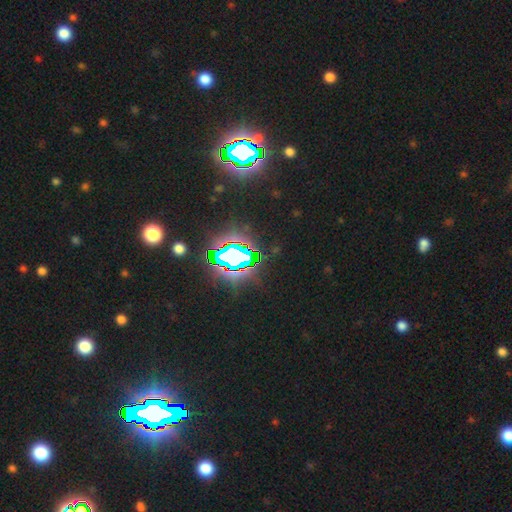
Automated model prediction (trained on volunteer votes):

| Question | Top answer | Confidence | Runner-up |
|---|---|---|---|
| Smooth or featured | star or artifact | 80% | smooth (11%) |